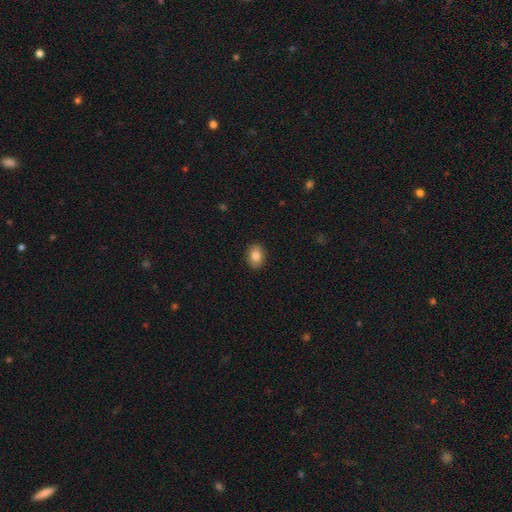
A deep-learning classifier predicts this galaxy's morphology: smooth 83%, star or artifact 9%, featured or disk 8%. Down the decision tree: how rounded — in between (67%); merging — none (90%).